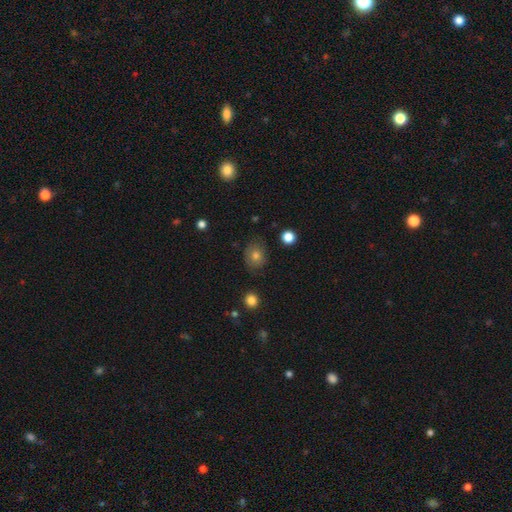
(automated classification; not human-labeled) Smooth or featured: smooth — 72% (featured or disk — 15%)
How rounded: round — 66% (in between — 33%)
Merging: none — 78% (minor disturbance — 16%)